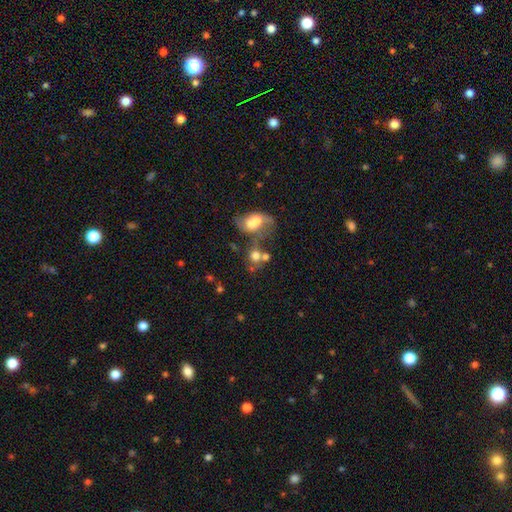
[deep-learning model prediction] smooth-or-featured: smooth: 67% | featured or disk: 20% | star or artifact: 13%
  how-rounded: round: 67% | in between: 31% | cigar-shaped: 2%
  merging: merger: 53% | none: 28% | minor disturbance: 9% | major disturbance: 9%